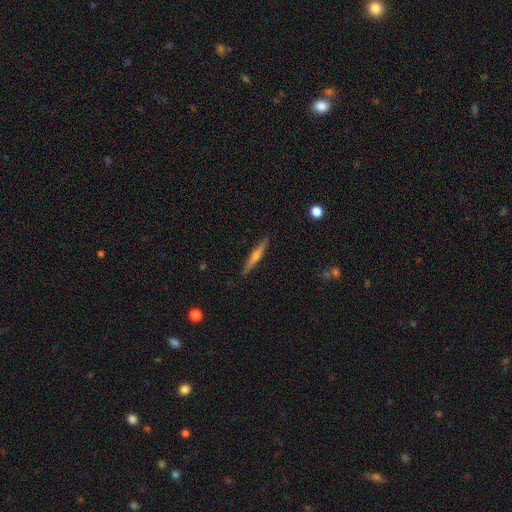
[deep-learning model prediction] A featured or disk galaxy (68%) viewed edge-on (98%) with a rounded central bulge (84%). Merging: none (91%).